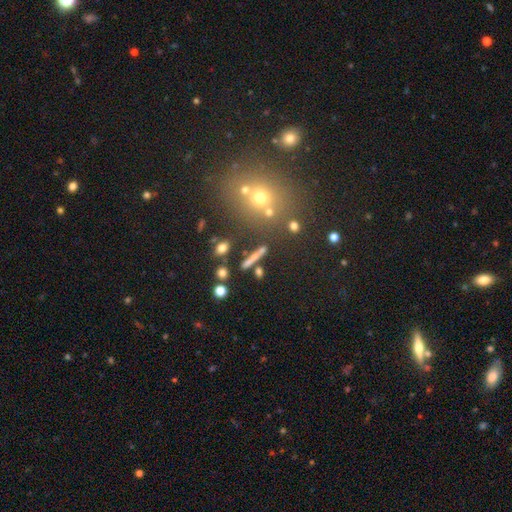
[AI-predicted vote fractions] Q: Smooth or featured?
A: smooth (60%); runner-up: featured or disk (25%)
Q: How rounded?
A: cigar-shaped (75%); runner-up: in between (14%)
Q: Merging?
A: none (77%); runner-up: minor disturbance (10%)